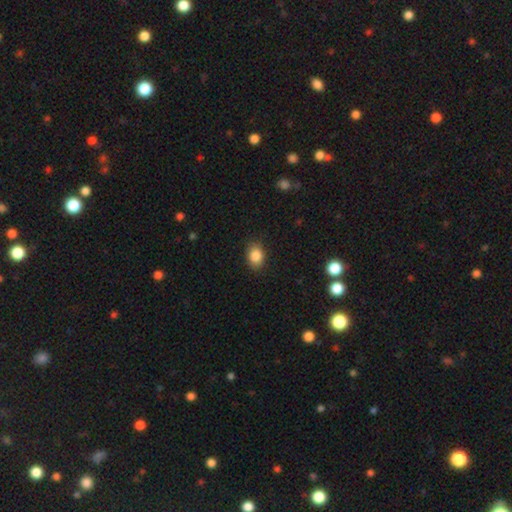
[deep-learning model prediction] A smooth galaxy with no disk features (86%) that is in between round and cigar-shaped (68%).

Vote fractions:
- Smooth or featured? smooth: 86% / star or artifact: 9% / featured or disk: 6%
- How rounded? in between: 68% / round: 31% / cigar-shaped: 1%
- Merging? none: 87% / minor disturbance: 10% / major disturbance: 2% / merger: 1%